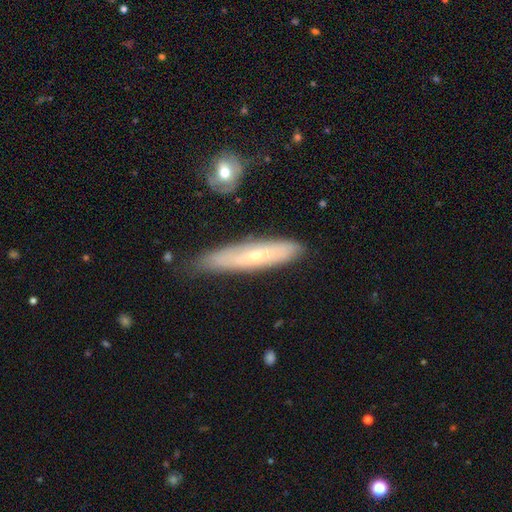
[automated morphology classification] Overall: featured or disk (52%; smooth 40%). Edge-on disk: yes (57%; no 43%). Merging: none (74%).